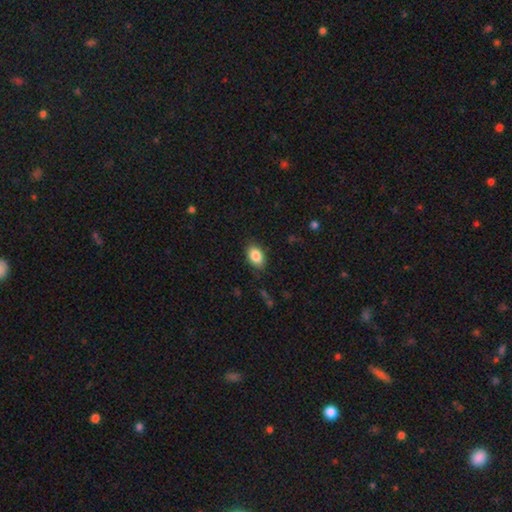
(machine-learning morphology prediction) A smooth galaxy with no disk features (86%) that is in between round and cigar-shaped (87%).

Vote fractions:
- Smooth or featured? smooth: 86% / star or artifact: 8% / featured or disk: 6%
- How rounded? in between: 87% / round: 12% / cigar-shaped: 1%
- Merging? none: 85% / minor disturbance: 12% / major disturbance: 3% / merger: 1%